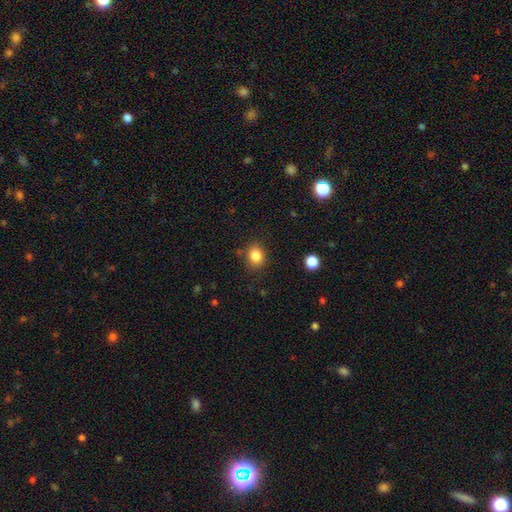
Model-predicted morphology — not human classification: This is clearly a smooth galaxy (84%). How rounded: likely round (64%). Merging: clearly none (83%).